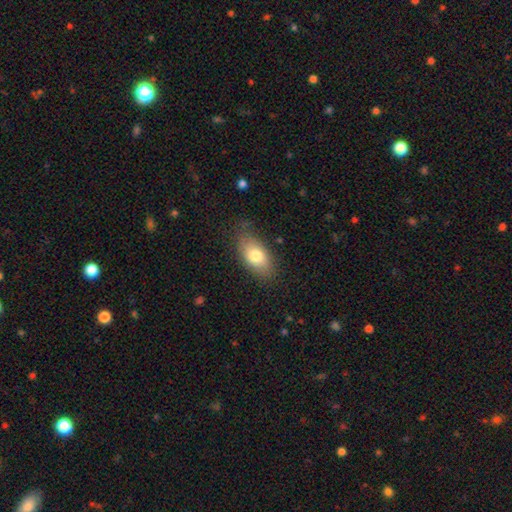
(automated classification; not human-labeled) This is likely a smooth galaxy (78%). How rounded: clearly in between (90%). Merging: likely none (76%).